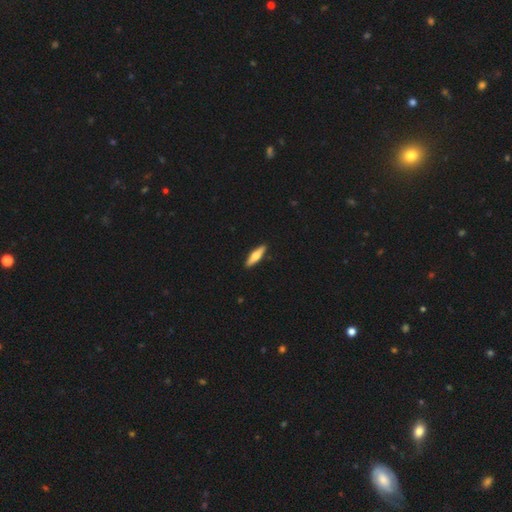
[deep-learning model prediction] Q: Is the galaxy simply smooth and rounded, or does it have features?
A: smooth — 59%.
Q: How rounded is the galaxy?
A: cigar-shaped — 71%.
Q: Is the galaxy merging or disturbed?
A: none — 91%.